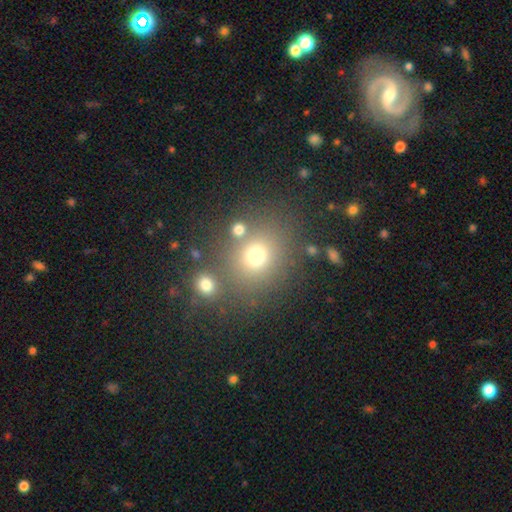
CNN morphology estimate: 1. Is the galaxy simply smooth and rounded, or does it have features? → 71% smooth, 19% star or artifact, 10% featured or disk.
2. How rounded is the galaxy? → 74% round, 25% in between, 1% cigar-shaped.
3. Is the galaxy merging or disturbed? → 70% none, 14% merger, 10% minor disturbance, 5% major disturbance.